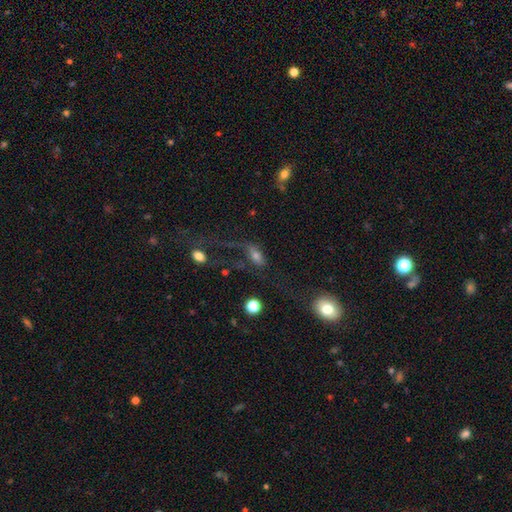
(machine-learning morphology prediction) Q: Smooth or featured?
A: smooth (52%); runner-up: featured or disk (32%)
Q: How rounded?
A: in between (77%); runner-up: round (12%)
Q: Merging?
A: major disturbance (40%); runner-up: none (33%)